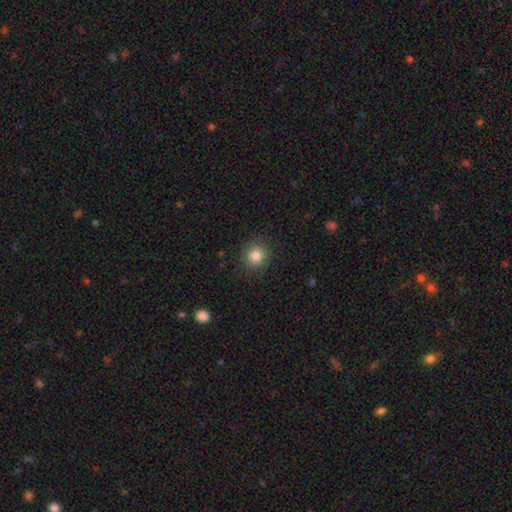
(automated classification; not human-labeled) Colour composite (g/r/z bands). It shows a smooth galaxy with no disk features (84%) that is round (90%). Merging: none (90%).